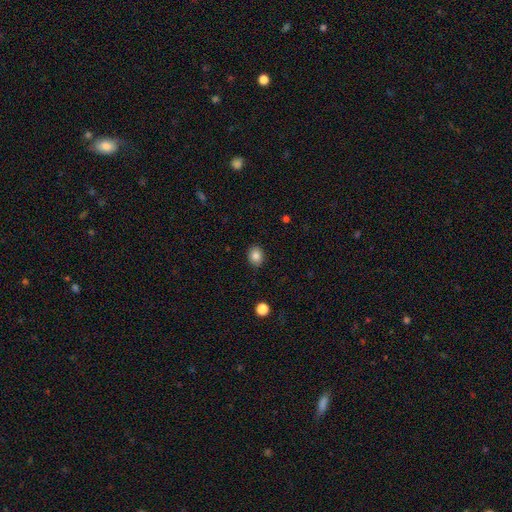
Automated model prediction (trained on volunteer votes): smooth-or-featured: smooth: 85% | star or artifact: 10% | featured or disk: 5%
  how-rounded: in between: 50% | round: 49% | cigar-shaped: 1%
  merging: none: 89% | minor disturbance: 8% | major disturbance: 2% | merger: 1%